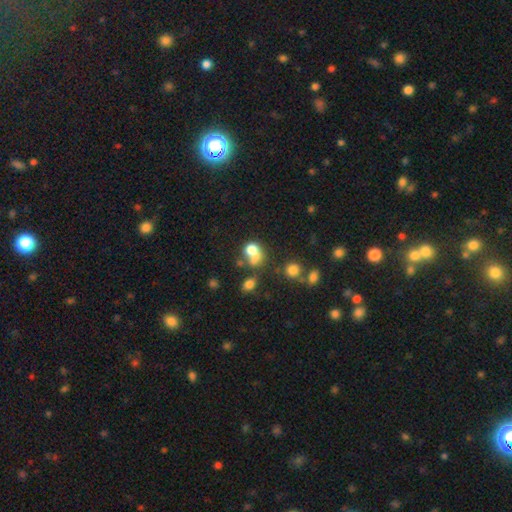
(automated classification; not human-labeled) Morphology: type=smooth (69%); roundness=round (58%); merging=merger (47%).